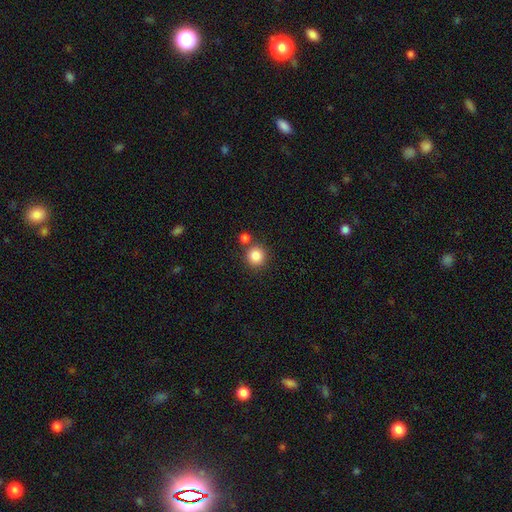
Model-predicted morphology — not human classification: Overall: smooth (85%). How rounded: round (92%). Merging: none (75%).